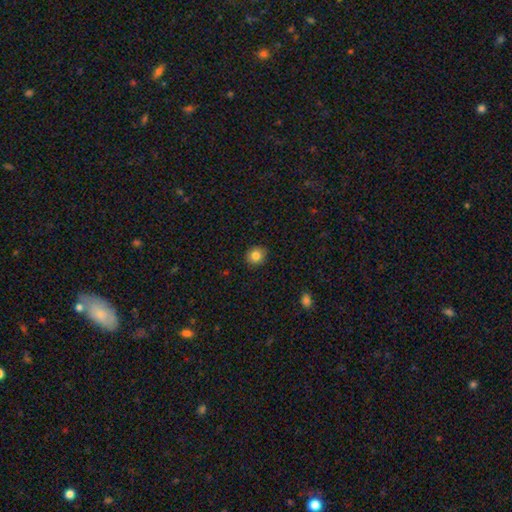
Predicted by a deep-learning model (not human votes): A smooth galaxy with no disk features (83%) that is round (85%).

Vote fractions:
- Smooth or featured? smooth: 83% / star or artifact: 10% / featured or disk: 6%
- How rounded? round: 85% / in between: 15% / cigar-shaped: 1%
- Merging? none: 91% / minor disturbance: 6% / major disturbance: 2% / merger: 1%